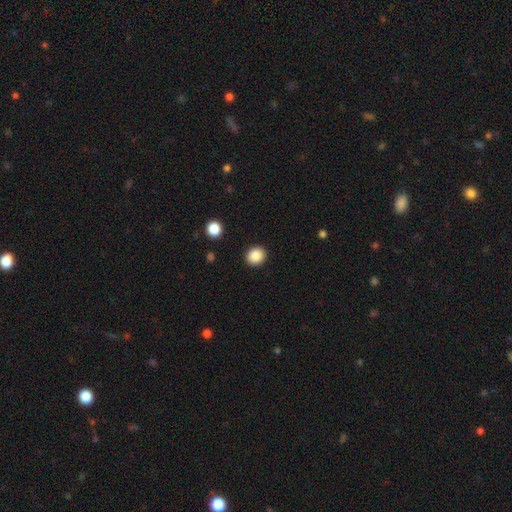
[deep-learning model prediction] A smooth galaxy with no disk features (88%) that is round (79%).

Vote fractions:
- Smooth or featured? smooth: 88% / star or artifact: 9% / featured or disk: 4%
- How rounded? round: 79% / in between: 20% / cigar-shaped: 1%
- Merging? none: 91% / minor disturbance: 6% / major disturbance: 2% / merger: 1%